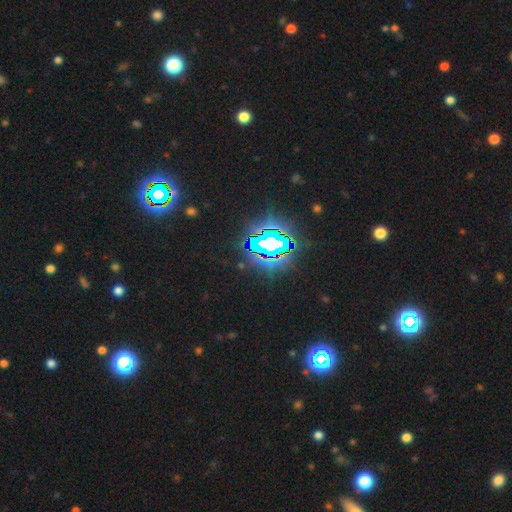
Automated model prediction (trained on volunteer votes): This appears to be a star or artifact, not a galaxy (84%).